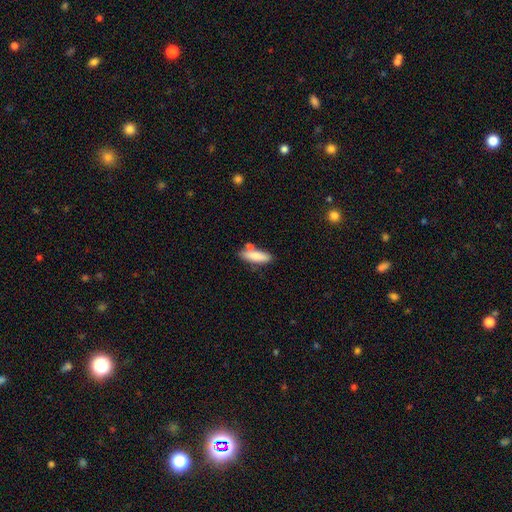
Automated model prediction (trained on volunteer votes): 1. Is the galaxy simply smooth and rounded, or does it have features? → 80% smooth, 14% featured or disk, 6% star or artifact.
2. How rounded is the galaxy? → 53% cigar-shaped, 45% in between, 2% round.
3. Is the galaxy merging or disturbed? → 62% none, 17% minor disturbance, 16% merger, 4% major disturbance.